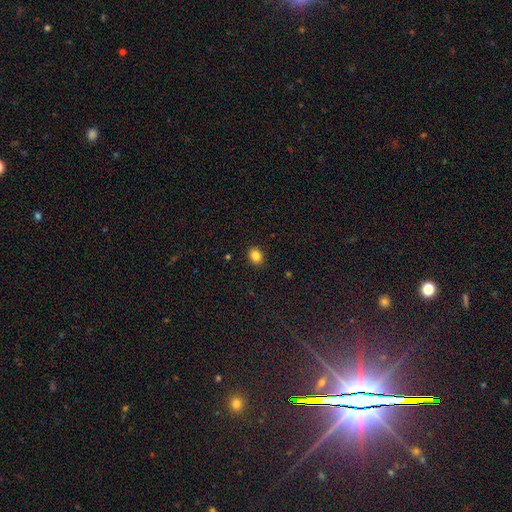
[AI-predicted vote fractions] Smooth or featured? smooth (85%)
How rounded? round (57%)
Merging? none (91%)